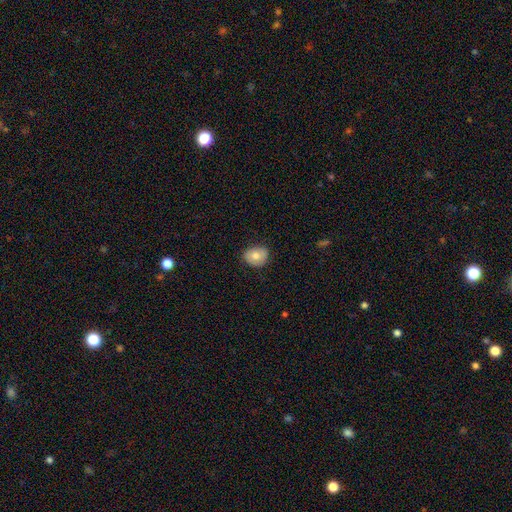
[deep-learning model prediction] Smooth or featured: smooth — 74% (featured or disk — 18%)
How rounded: round — 59% (in between — 40%)
Merging: none — 80% (minor disturbance — 17%)